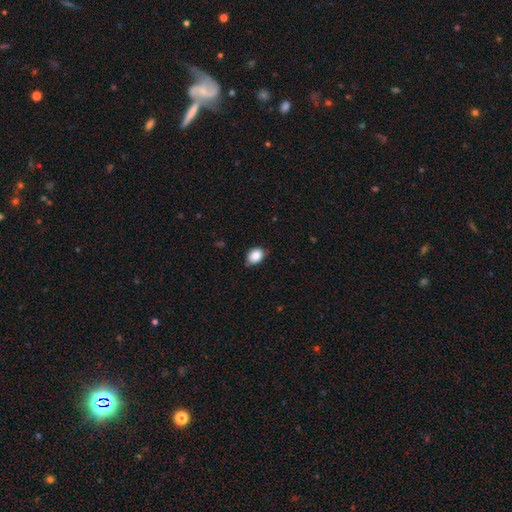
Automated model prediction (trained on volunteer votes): Overall: smooth (86%). How rounded: in between (65%; round 34%). Merging: none (69%).